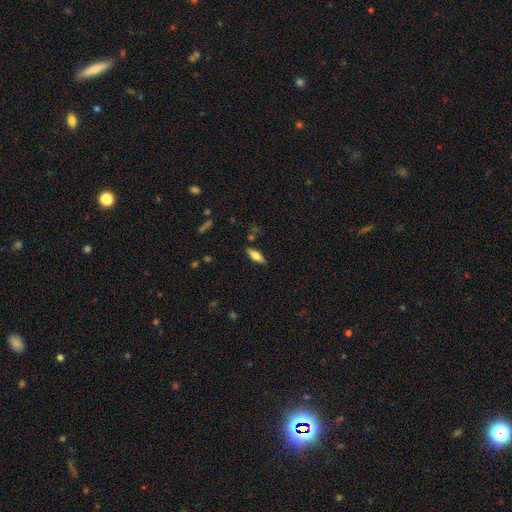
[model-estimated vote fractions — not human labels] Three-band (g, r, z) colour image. It shows a smooth galaxy with no disk features (58%) that is in between round and cigar-shaped (62%). Merging: none (83%).